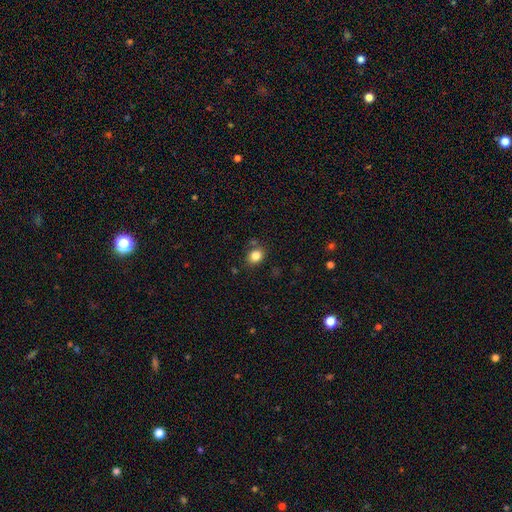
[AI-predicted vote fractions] The model was most divided on "how rounded": round: 50%, in between: 49%, cigar-shaped: 1%. More confident: smooth or featured — smooth (84%); merging — none (77%).